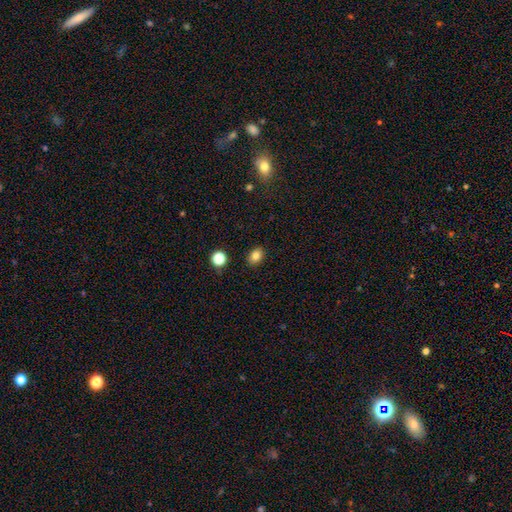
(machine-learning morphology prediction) Smooth or featured?
  - smooth: 82% *
  - star or artifact: 11%
  - featured or disk: 7%
How rounded?
  - in between: 61% *
  - round: 38%
  - cigar-shaped: 1%
Merging?
  - none: 89% *
  - minor disturbance: 8%
  - major disturbance: 2%
  - merger: 2%